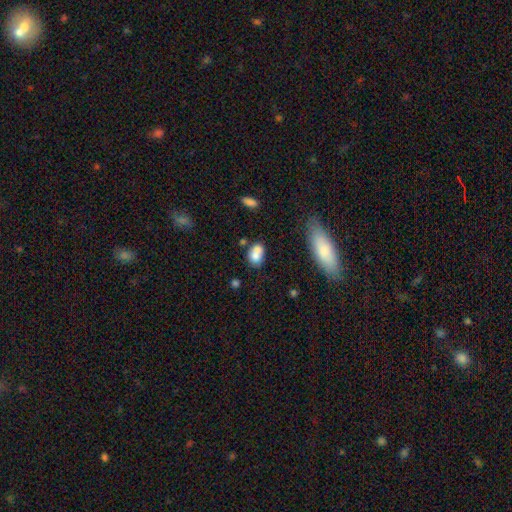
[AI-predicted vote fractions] The model was most divided on "merging": merger: 48%, none: 33%, minor disturbance: 13%, major disturbance: 5%. More confident: smooth or featured — smooth (73%); how rounded — in between (63%).